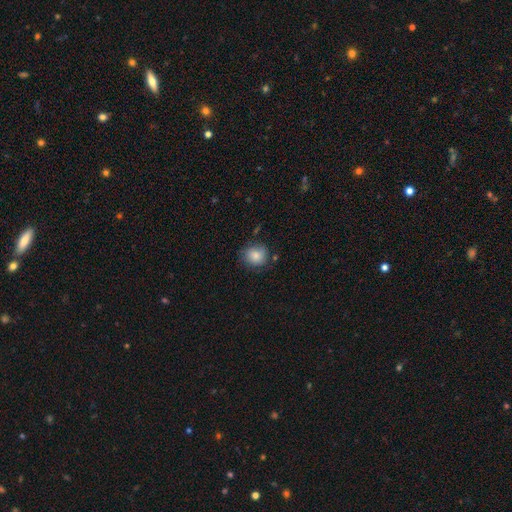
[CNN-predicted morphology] A smooth galaxy with no disk features (81%) that is round (78%).

Vote fractions:
- Smooth or featured? smooth: 81% / featured or disk: 11% / star or artifact: 9%
- How rounded? round: 78% / in between: 21% / cigar-shaped: 1%
- Merging? none: 74% / minor disturbance: 19% / major disturbance: 5% / merger: 2%